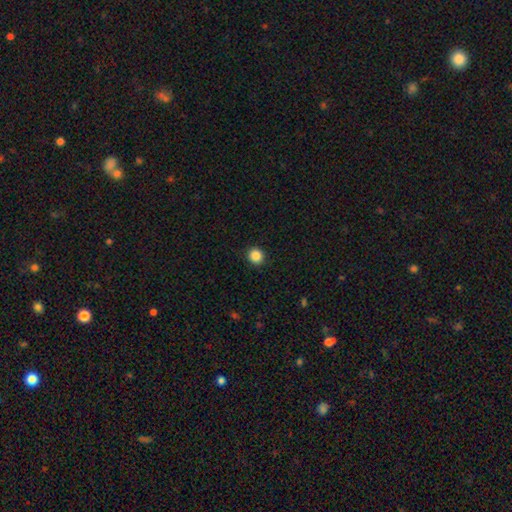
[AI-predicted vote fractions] The model was most divided on "smooth or featured": smooth: 86%, star or artifact: 11%, featured or disk: 3%. More confident: merging — none (92%); how rounded — round (91%).